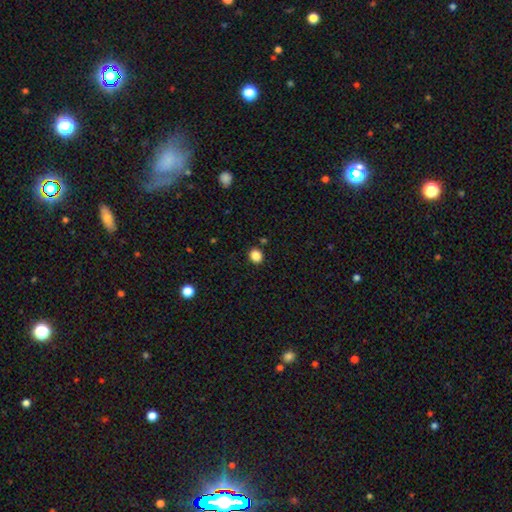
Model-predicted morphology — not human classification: Smooth or featured? Predicted: smooth (p=0.86). How rounded? Predicted: round (p=0.76). Merging? Predicted: none (p=0.89).